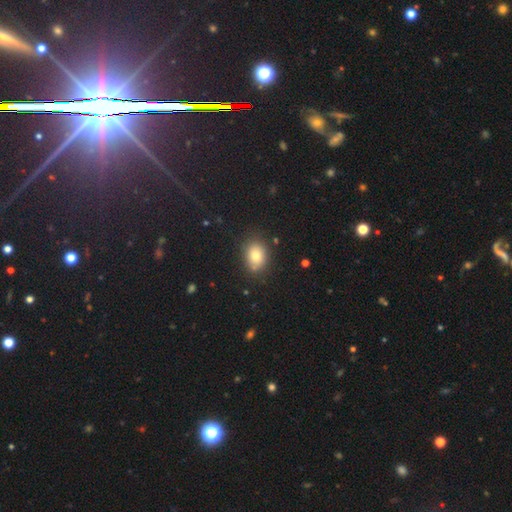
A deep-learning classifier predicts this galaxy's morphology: type=smooth (79%); roundness=in between (61%); merging=none (79%).